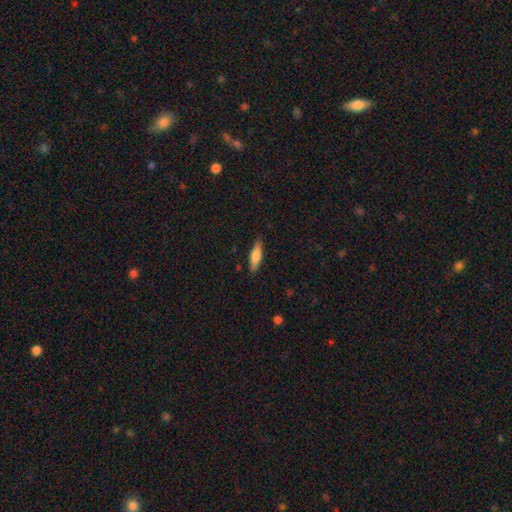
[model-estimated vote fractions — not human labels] Smooth or featured: smooth — 69% (featured or disk — 24%)
How rounded: cigar-shaped — 65% (in between — 33%)
Merging: none — 85% (minor disturbance — 11%)